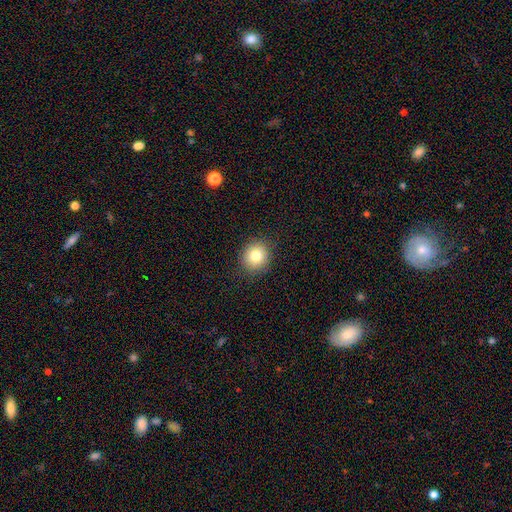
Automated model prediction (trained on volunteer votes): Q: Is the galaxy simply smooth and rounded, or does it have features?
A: smooth — 81%.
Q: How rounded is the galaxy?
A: round — 84%.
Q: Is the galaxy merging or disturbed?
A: none — 90%.